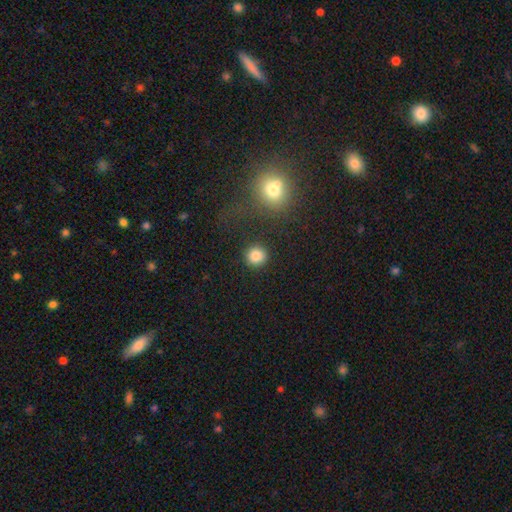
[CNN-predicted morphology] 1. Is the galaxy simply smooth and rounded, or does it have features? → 84% smooth, 11% star or artifact, 5% featured or disk.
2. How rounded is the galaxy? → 93% round, 6% in between, 1% cigar-shaped.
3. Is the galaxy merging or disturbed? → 89% none, 6% minor disturbance, 3% major disturbance, 3% merger.